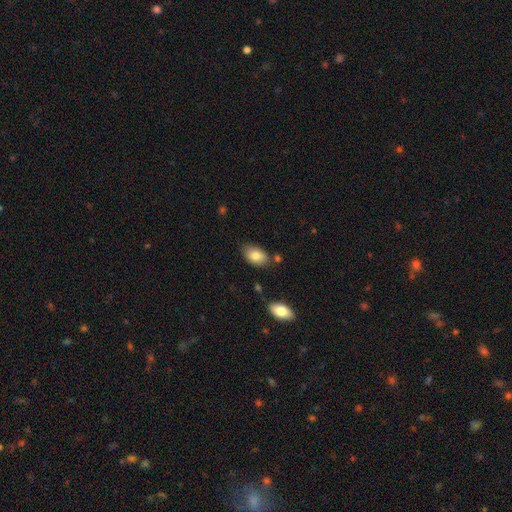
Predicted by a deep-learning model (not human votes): smooth_or_featured: smooth (p=0.82) [alt: featured or disk p=0.11]
how_rounded: in between (p=0.91) [alt: round p=0.07]
merging: none (p=0.73) [alt: minor disturbance p=0.18]